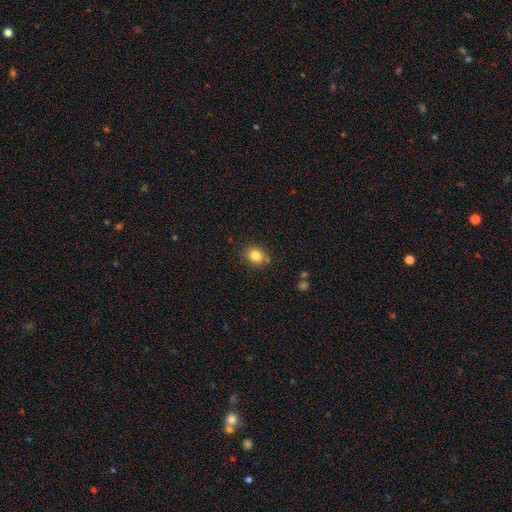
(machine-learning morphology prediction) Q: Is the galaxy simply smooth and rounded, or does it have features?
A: smooth — 83%.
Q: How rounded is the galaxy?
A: round — 72%.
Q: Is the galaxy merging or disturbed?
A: none — 79%.